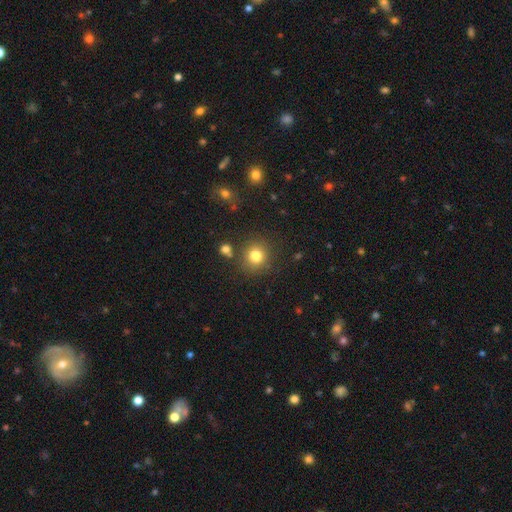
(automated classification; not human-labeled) Smooth or featured? Predicted: smooth (p=0.80). How rounded? Predicted: round (p=0.88). Merging? Predicted: none (p=0.82).